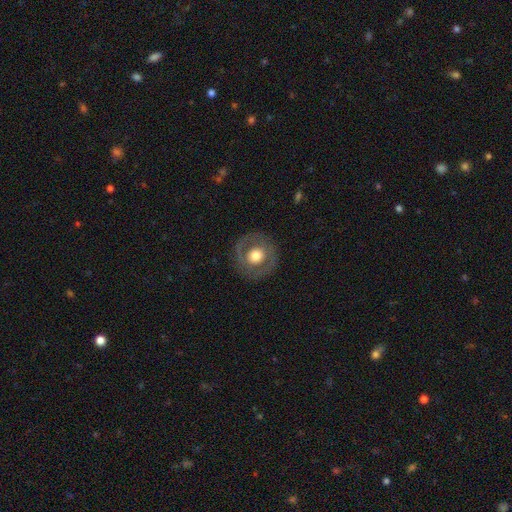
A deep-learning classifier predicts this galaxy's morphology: type=smooth (48%); merging=none (83%).